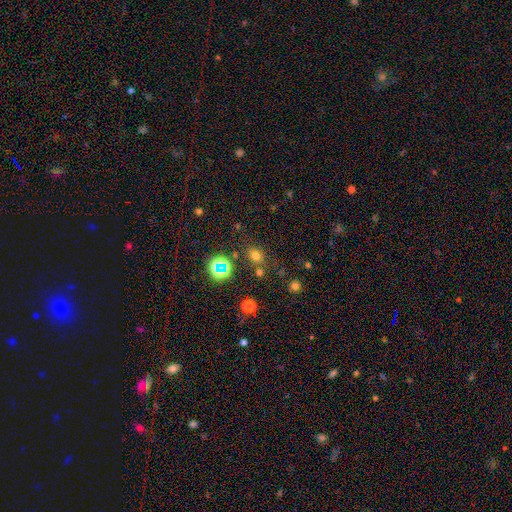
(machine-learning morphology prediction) Smooth or featured? Predicted: smooth (p=0.66). How rounded? Predicted: round (p=0.56). Merging? Predicted: none (p=0.75).